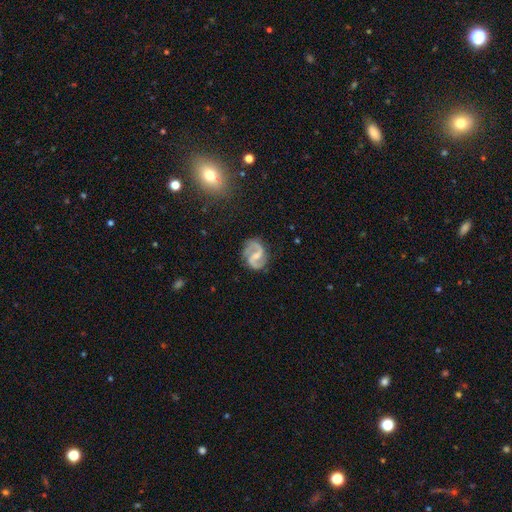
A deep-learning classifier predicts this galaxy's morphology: This appears to be a featured or disk galaxy (91%) with a weak bar (51%), 2 (94%) medium (57%) spiral arms (98%) and a small central bulge (52%). Merging: none (80%).